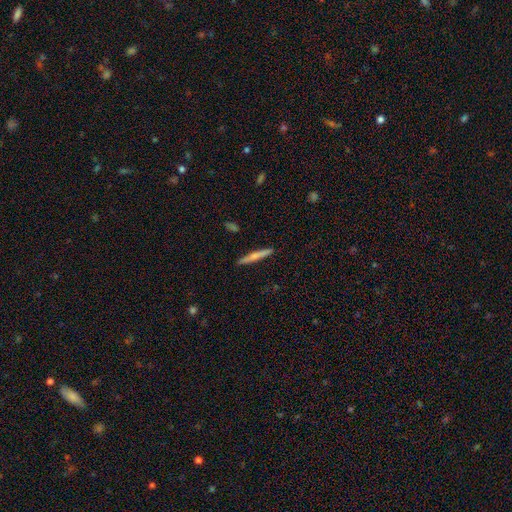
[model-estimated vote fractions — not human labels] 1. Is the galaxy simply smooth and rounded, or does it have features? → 57% smooth, 37% featured or disk, 6% star or artifact.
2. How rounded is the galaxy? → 95% cigar-shaped, 4% in between, 2% round.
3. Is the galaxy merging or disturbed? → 90% none, 7% minor disturbance, 1% major disturbance, 1% merger.